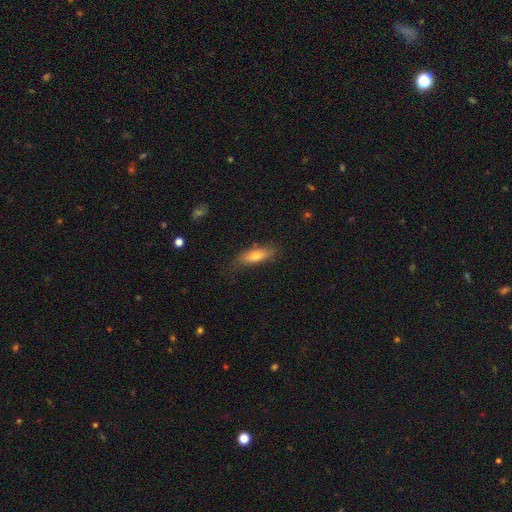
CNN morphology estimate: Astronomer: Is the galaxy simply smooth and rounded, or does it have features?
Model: smooth — 73%.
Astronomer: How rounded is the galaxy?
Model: in between — 54% (runner-up: cigar-shaped, 44%).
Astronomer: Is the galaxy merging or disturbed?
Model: none — 76%.